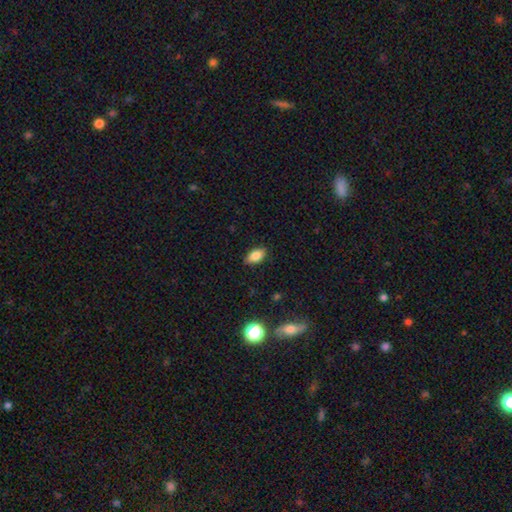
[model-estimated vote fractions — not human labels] The model was most divided on "smooth or featured": smooth: 83%, star or artifact: 9%, featured or disk: 8%. More confident: how rounded — in between (90%); merging — none (86%).